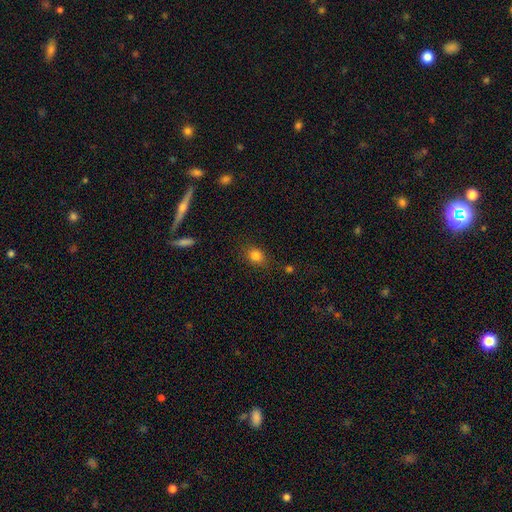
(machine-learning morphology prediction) Smooth or featured? smooth (82%)
How rounded? round (54%)
Merging? none (81%)